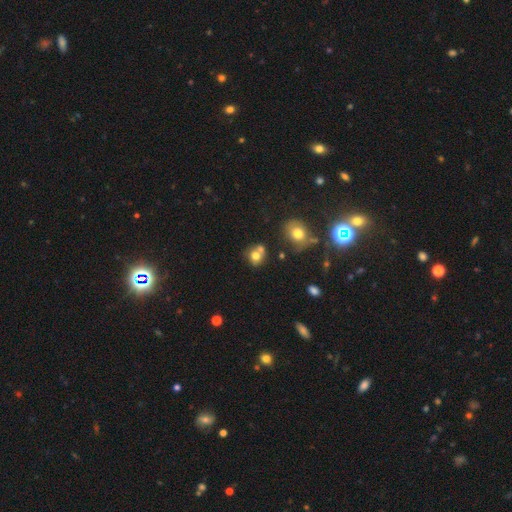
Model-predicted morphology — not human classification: Smooth or featured: smooth — 72% (featured or disk — 14%)
How rounded: round — 77% (in between — 22%)
Merging: none — 47% (merger — 36%)